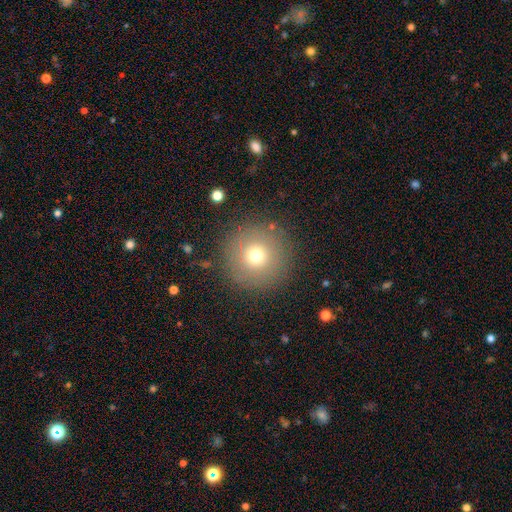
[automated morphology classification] The model was most divided on "smooth or featured": smooth: 69%, star or artifact: 18%, featured or disk: 13%. More confident: how rounded — round (96%); merging — none (90%).